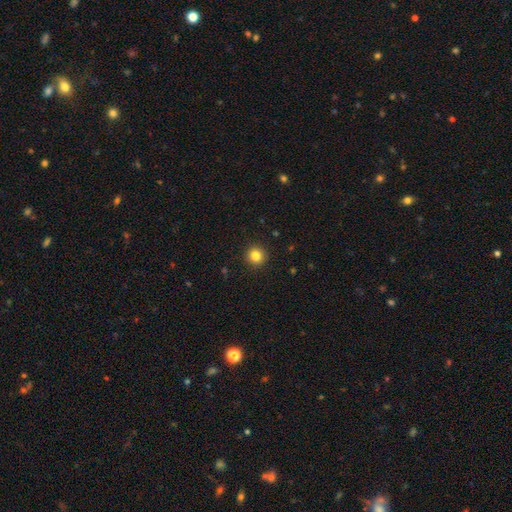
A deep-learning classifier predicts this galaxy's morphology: Smooth or featured: smooth — 83% (star or artifact — 11%)
How rounded: round — 94% (in between — 5%)
Merging: none — 92% (minor disturbance — 5%)